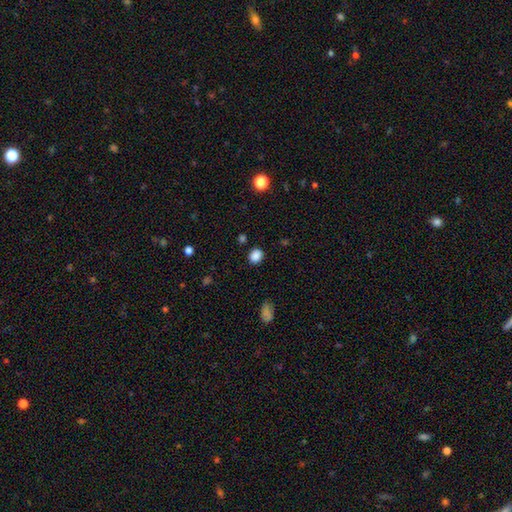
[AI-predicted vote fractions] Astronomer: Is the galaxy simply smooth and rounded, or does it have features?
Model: smooth — 86%.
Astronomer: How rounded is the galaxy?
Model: round — 64%.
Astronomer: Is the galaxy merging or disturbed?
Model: none — 86%.